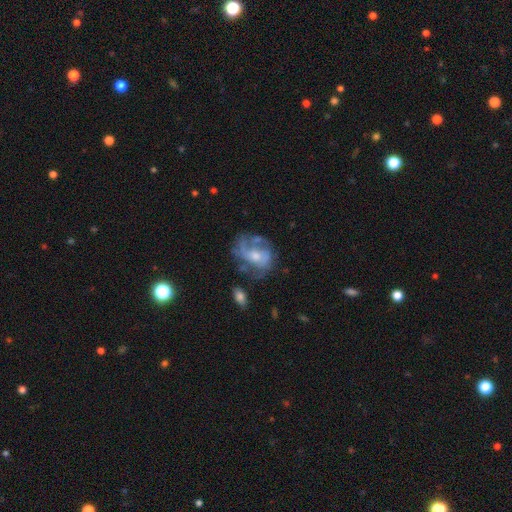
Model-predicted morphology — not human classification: A featured or disk galaxy (70%) with no bar (64%), spiral arms (71%) and a moderate central bulge (51%). Merging: none (44%).